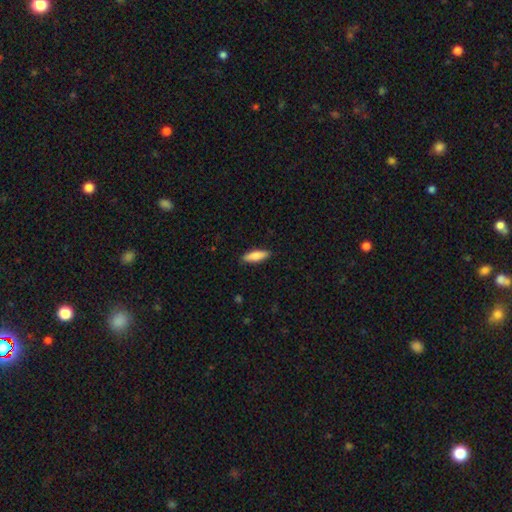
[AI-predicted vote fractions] Overall: smooth (84%). How rounded: in between (53%; cigar-shaped 45%). Merging: none (89%).